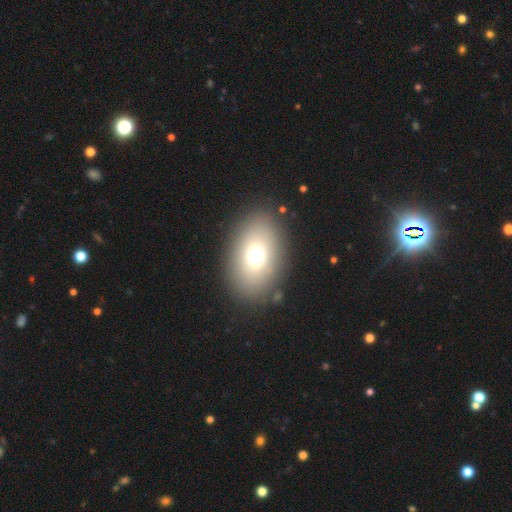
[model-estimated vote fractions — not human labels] smooth_or_featured: smooth (p=0.70) [alt: featured or disk p=0.16]
how_rounded: in between (p=0.77) [alt: round p=0.21]
merging: none (p=0.86) [alt: minor disturbance p=0.08]